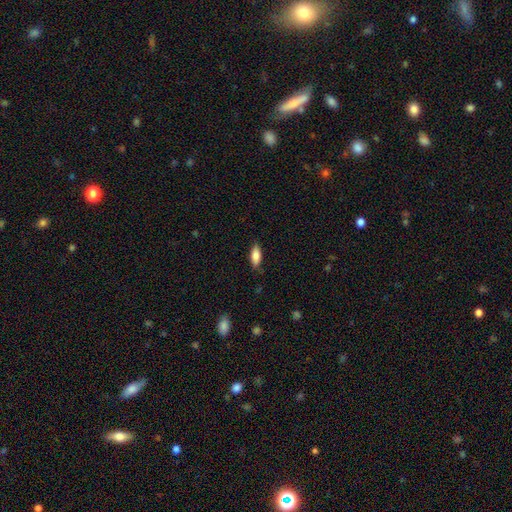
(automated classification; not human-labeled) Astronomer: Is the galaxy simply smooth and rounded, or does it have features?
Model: smooth — 83%.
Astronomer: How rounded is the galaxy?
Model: in between — 79%.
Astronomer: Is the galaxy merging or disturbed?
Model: none — 82%.